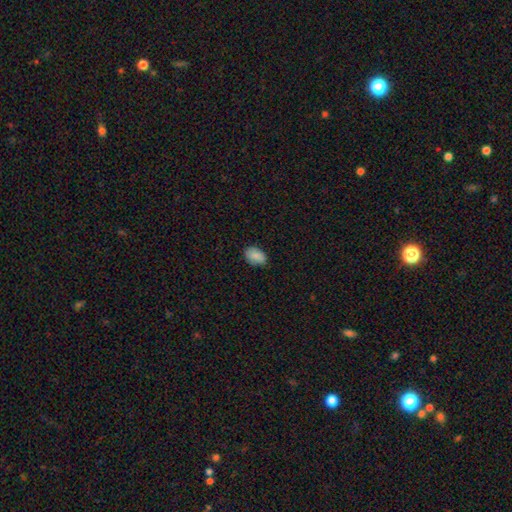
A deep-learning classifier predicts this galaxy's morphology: The model was most divided on "merging": none: 80%, minor disturbance: 16%, major disturbance: 3%, merger: 1%. More confident: smooth or featured — smooth (86%); how rounded — in between (85%).